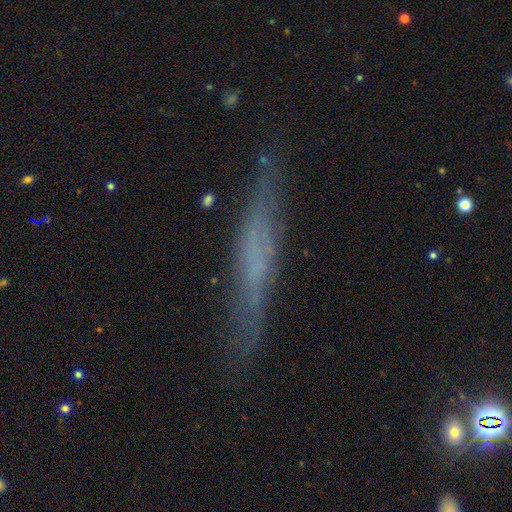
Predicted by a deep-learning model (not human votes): This appears to be a featured or disk galaxy (55%) viewed edge-on (87%). Merging: none (79%).